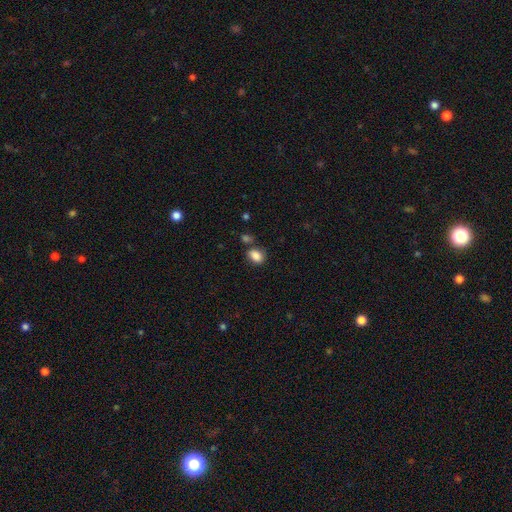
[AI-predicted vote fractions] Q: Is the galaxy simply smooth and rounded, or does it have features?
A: smooth — 86%.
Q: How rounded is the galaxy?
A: in between — 71%.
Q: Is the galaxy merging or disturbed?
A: none — 65%.